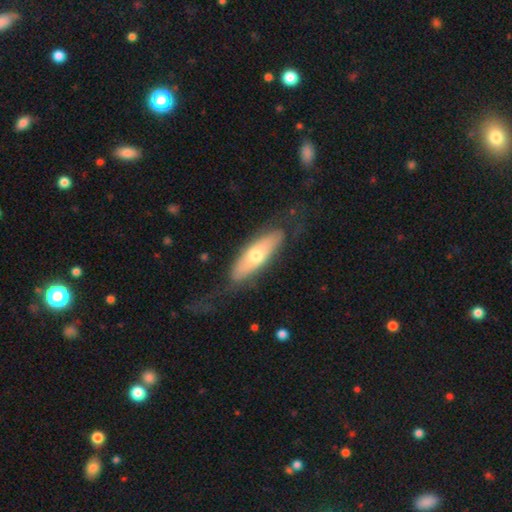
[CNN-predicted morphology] smooth_or_featured: featured or disk (p=0.49) [alt: smooth p=0.45]
merging: none (p=0.65) [alt: minor disturbance p=0.19]